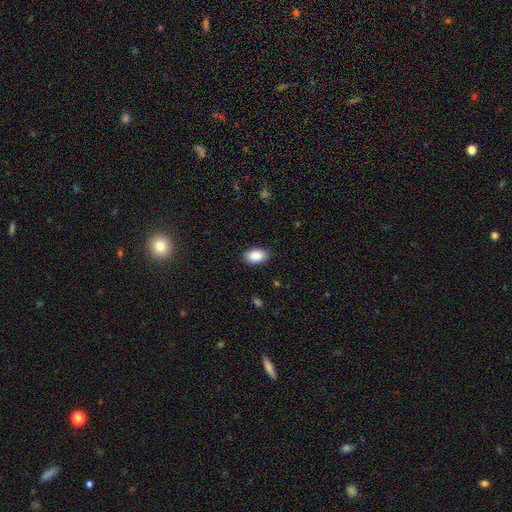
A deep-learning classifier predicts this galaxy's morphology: smooth 90%, star or artifact 7%, featured or disk 4%. Down the decision tree: how rounded — in between (92%); merging — none (87%).